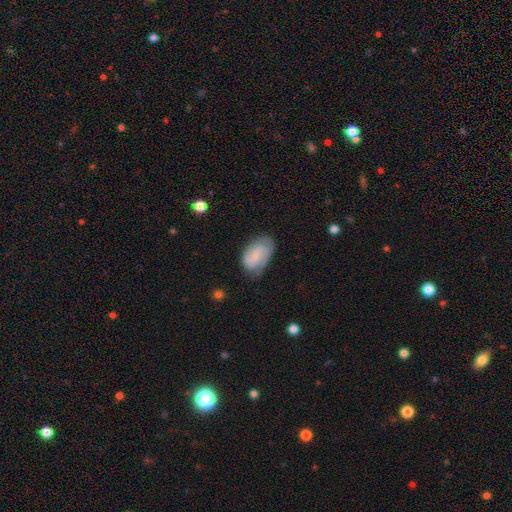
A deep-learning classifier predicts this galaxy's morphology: This is possibly a featured or disk galaxy (52%). It is clearly not viewed edge-on (97%). Bar: possibly weak (47%). Spiral arm pattern: clearly yes (87%). Central bulge: possibly small (56%). Merging: likely none (63%).